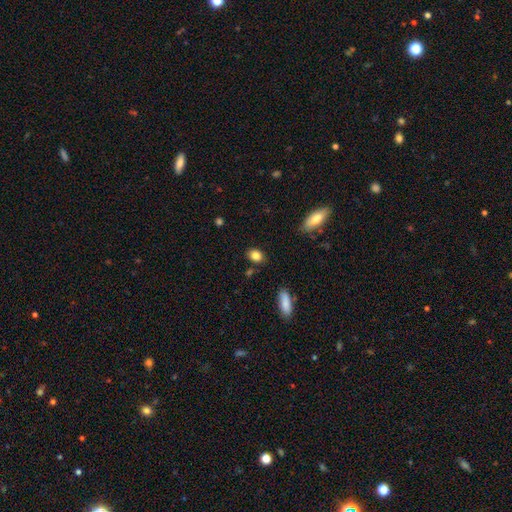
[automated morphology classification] type=smooth (84%); roundness=in between (65%); merging=none (84%).